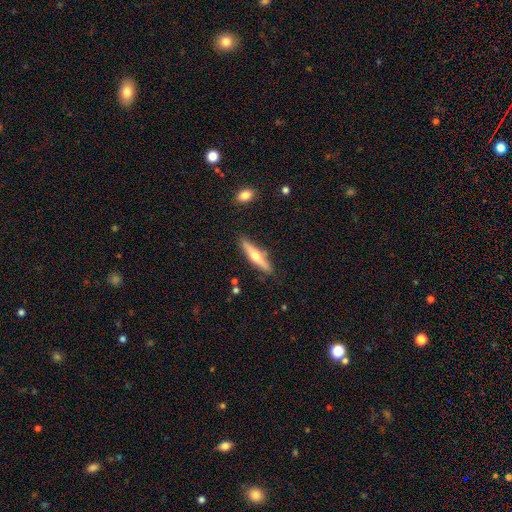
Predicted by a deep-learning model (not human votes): Smooth or featured? featured or disk (54%)
Edge-on disk? yes (95%)
Edge-on bulge? rounded (91%)
Merging? none (86%)